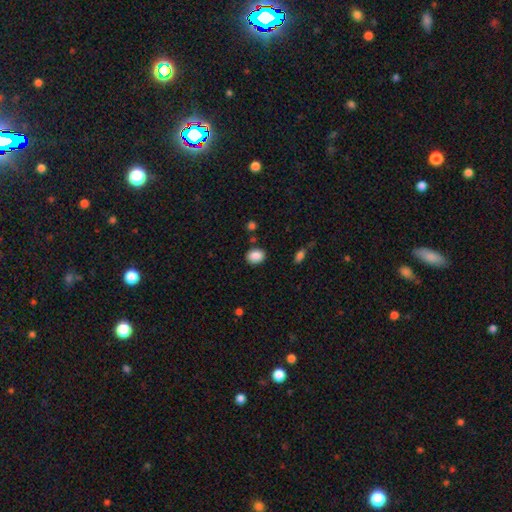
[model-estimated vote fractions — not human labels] A smooth galaxy with no disk features (88%) that is in between round and cigar-shaped (55%). Merging: none (84%).